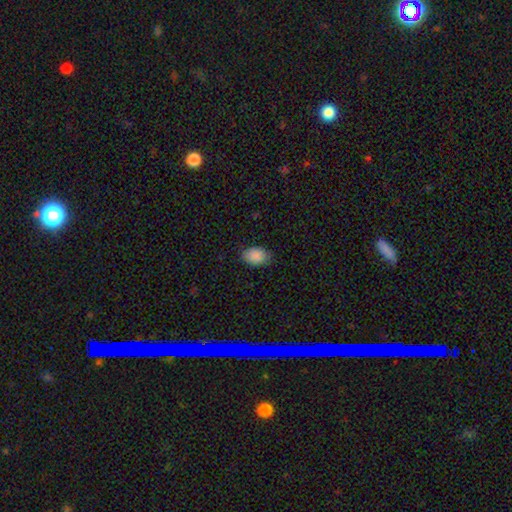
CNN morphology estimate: The model was most divided on "merging": none: 81%, minor disturbance: 16%, major disturbance: 3%, merger: 1%. More confident: smooth or featured — smooth (89%); how rounded — in between (87%).